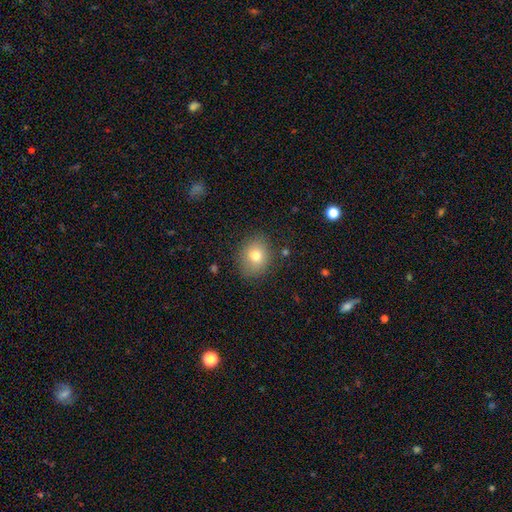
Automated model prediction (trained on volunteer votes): Smooth or featured? Predicted: smooth (p=0.77). How rounded? Predicted: round (p=0.64). Merging? Predicted: none (p=0.82).